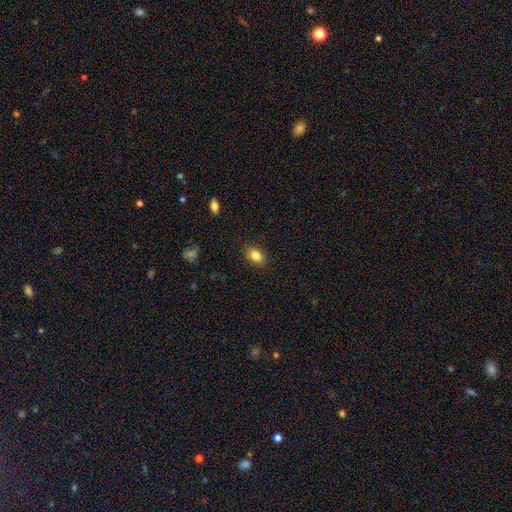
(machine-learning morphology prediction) Overall: smooth (84%). How rounded: in between (74%). Merging: none (87%).